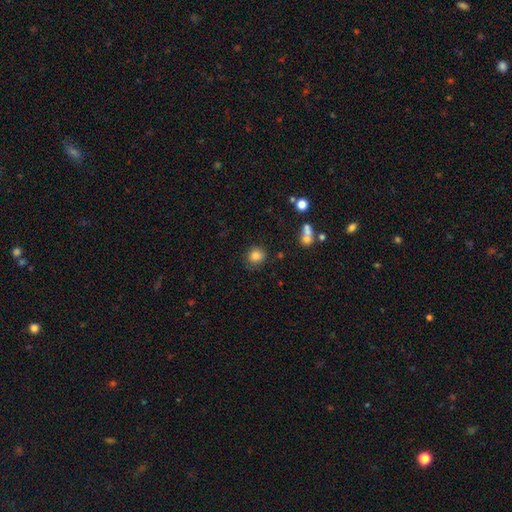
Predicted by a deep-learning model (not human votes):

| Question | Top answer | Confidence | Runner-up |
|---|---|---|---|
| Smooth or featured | smooth | 84% | star or artifact (11%) |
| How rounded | round | 82% | in between (17%) |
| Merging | none | 79% | minor disturbance (13%) |